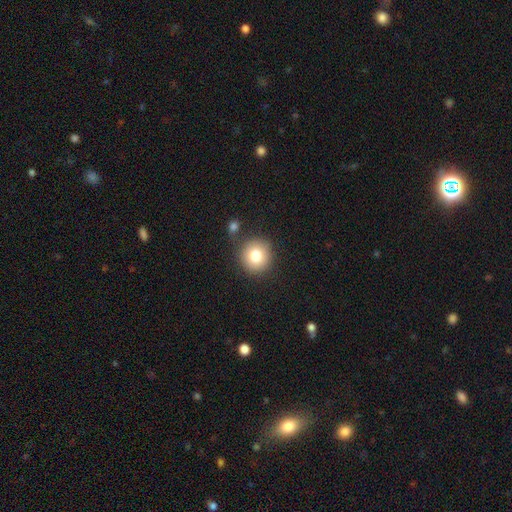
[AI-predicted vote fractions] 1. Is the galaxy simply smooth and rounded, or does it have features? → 79% smooth, 11% star or artifact, 10% featured or disk.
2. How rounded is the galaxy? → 93% round, 6% in between, 1% cigar-shaped.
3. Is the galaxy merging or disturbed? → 78% none, 10% minor disturbance, 8% merger, 4% major disturbance.